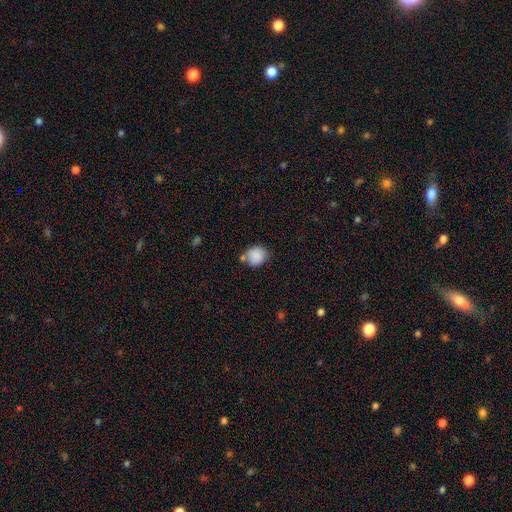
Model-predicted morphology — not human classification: This is clearly a smooth galaxy (87%). How rounded: likely round (77%). Merging: likely none (60%).